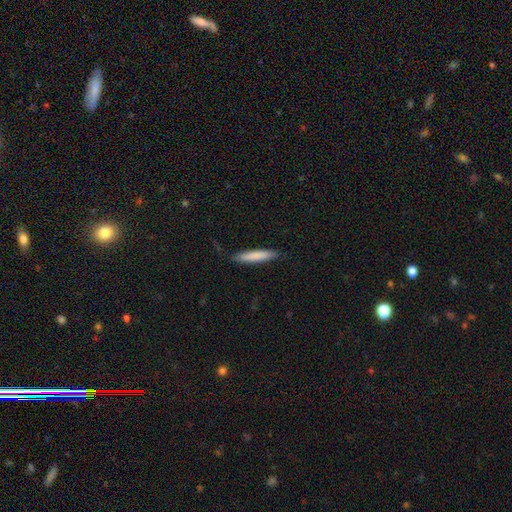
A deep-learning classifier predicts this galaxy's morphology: A smooth galaxy with no disk features (81%) that is cigar-shaped (90%).

Vote fractions:
- Smooth or featured? smooth: 81% / featured or disk: 14% / star or artifact: 5%
- How rounded? cigar-shaped: 90% / in between: 9% / round: 1%
- Merging? none: 85% / minor disturbance: 12% / major disturbance: 2% / merger: 1%